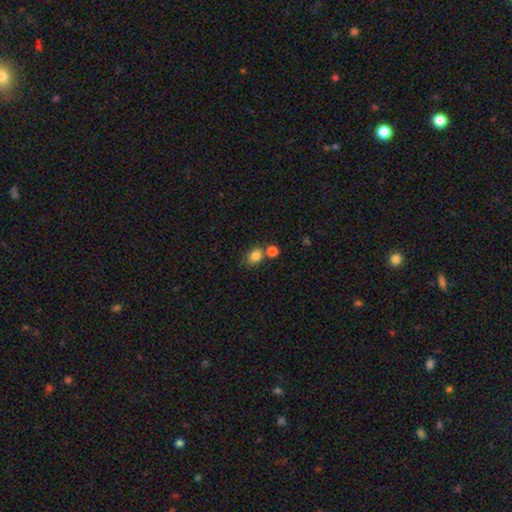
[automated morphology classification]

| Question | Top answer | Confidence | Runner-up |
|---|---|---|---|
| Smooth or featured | smooth | 83% | star or artifact (11%) |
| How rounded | round | 50% | in between (49%) |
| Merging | none | 55% | merger (27%) |